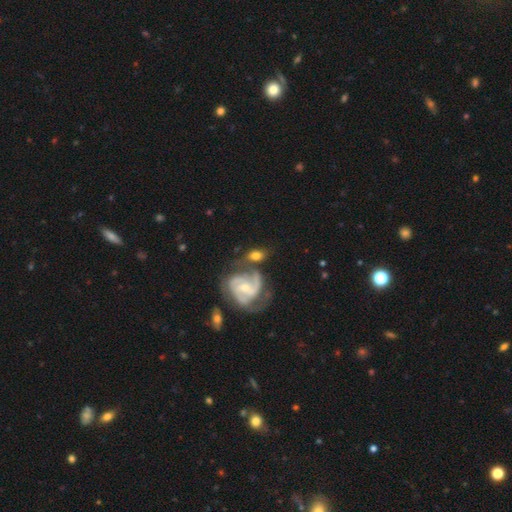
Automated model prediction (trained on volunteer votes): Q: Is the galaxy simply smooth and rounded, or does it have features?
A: featured or disk — 56%.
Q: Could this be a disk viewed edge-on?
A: no — 96%.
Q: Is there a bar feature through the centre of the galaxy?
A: no — 44%.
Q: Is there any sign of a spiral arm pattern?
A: yes — 90%.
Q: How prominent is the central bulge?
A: small — 58%.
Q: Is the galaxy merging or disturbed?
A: none — 50%.